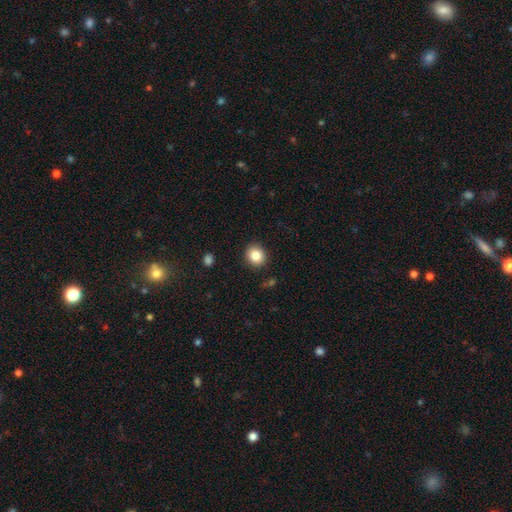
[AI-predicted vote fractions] Smooth or featured: smooth — 84% (star or artifact — 10%)
How rounded: round — 82% (in between — 18%)
Merging: none — 90% (minor disturbance — 7%)